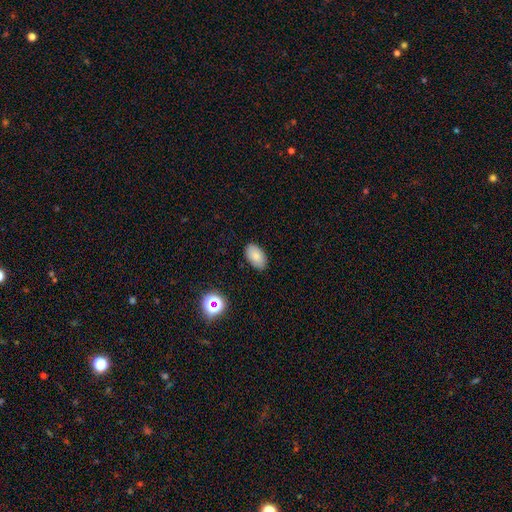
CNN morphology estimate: Q: Smooth or featured?
A: smooth (80%); runner-up: star or artifact (10%)
Q: How rounded?
A: in between (93%); runner-up: round (5%)
Q: Merging?
A: none (86%); runner-up: minor disturbance (10%)